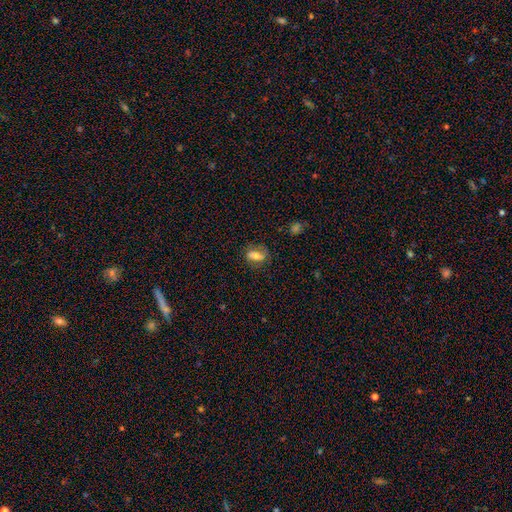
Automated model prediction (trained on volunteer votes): A smooth galaxy with no disk features (54%) that is in between round and cigar-shaped (74%).

Vote fractions:
- Smooth or featured? smooth: 54% / featured or disk: 37% / star or artifact: 10%
- How rounded? in between: 74% / round: 15% / cigar-shaped: 11%
- Merging? none: 69% / minor disturbance: 20% / major disturbance: 9% / merger: 2%